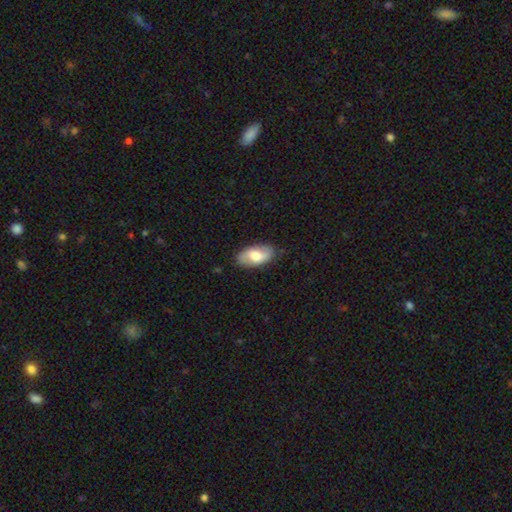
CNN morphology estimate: A smooth galaxy with no disk features (55%) that is in between round and cigar-shaped (93%). Merging: none (82%).